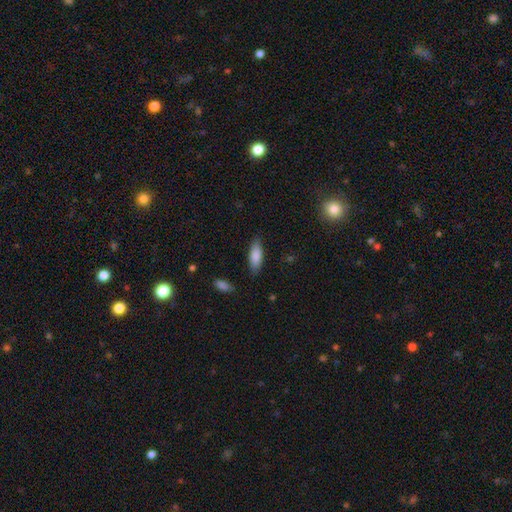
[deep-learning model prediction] smooth_or_featured: smooth (p=0.84) [alt: featured or disk p=0.10]
how_rounded: in between (p=0.66) [alt: cigar-shaped p=0.32]
merging: none (p=0.83) [alt: minor disturbance p=0.13]